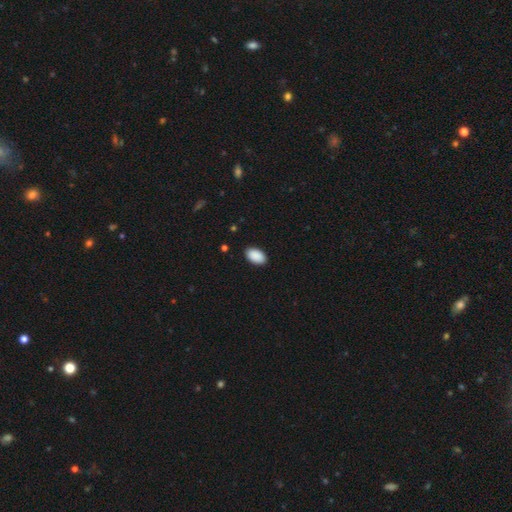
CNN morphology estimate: smooth-or-featured: smooth: 91% | star or artifact: 6% | featured or disk: 3%
  how-rounded: in between: 94% | round: 4% | cigar-shaped: 1%
  merging: none: 90% | minor disturbance: 8% | major disturbance: 2% | merger: 1%